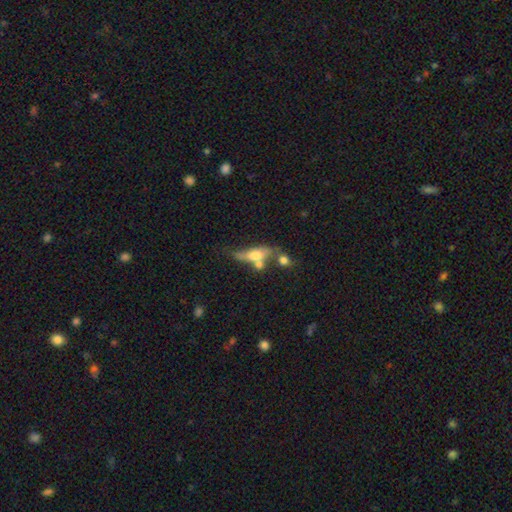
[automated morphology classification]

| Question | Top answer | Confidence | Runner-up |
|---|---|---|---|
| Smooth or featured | smooth | 54% | featured or disk (38%) |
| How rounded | in between | 60% | cigar-shaped (34%) |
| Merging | merger | 38% | none (33%) |